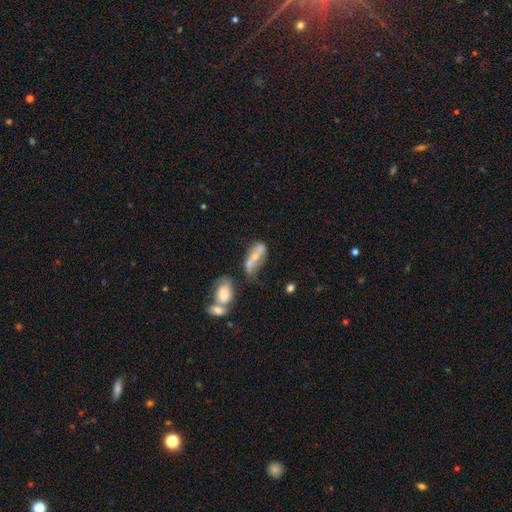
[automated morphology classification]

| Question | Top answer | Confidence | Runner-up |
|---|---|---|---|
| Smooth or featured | featured or disk | 54% | smooth (37%) |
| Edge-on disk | no | 84% | yes (16%) |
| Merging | none | 32% | merger (29%) |